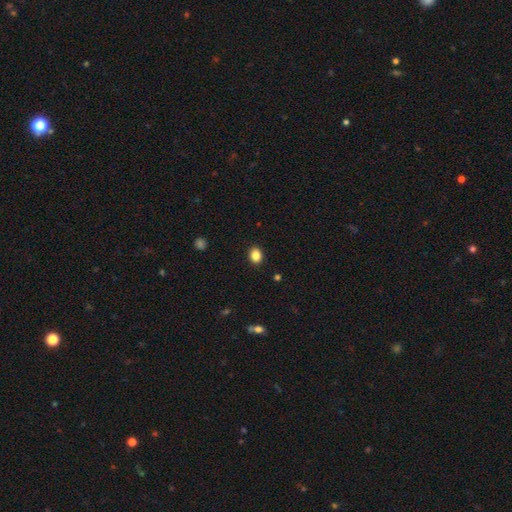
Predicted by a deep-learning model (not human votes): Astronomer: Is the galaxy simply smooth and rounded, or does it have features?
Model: smooth — 85%.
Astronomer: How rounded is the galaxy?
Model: in between — 51% (runner-up: round, 48%).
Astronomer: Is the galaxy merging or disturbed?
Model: none — 90%.